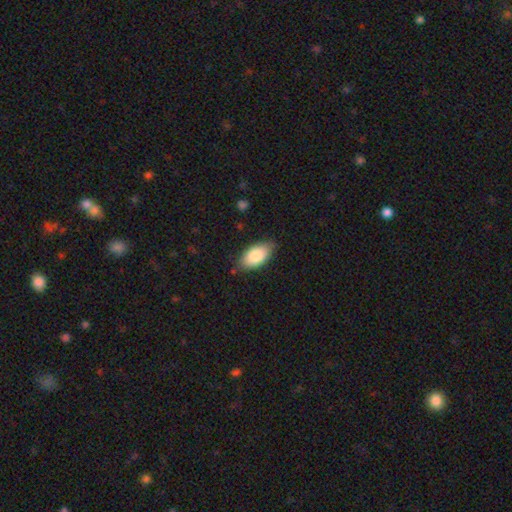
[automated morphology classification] type=smooth (84%); roundness=in between (94%); merging=none (79%).